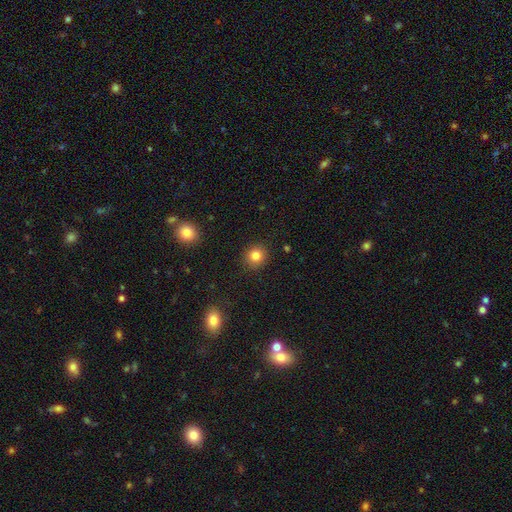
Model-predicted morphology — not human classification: type=smooth (83%); roundness=round (89%); merging=none (91%).